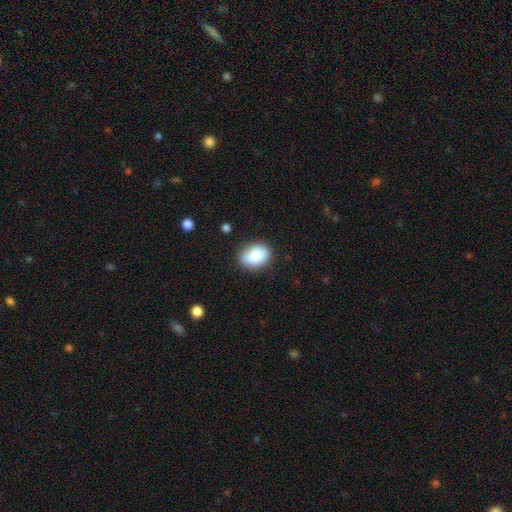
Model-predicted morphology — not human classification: smooth 85%, featured or disk 8%, star or artifact 7%. Down the decision tree: how rounded — in between (77%); merging — none (82%).